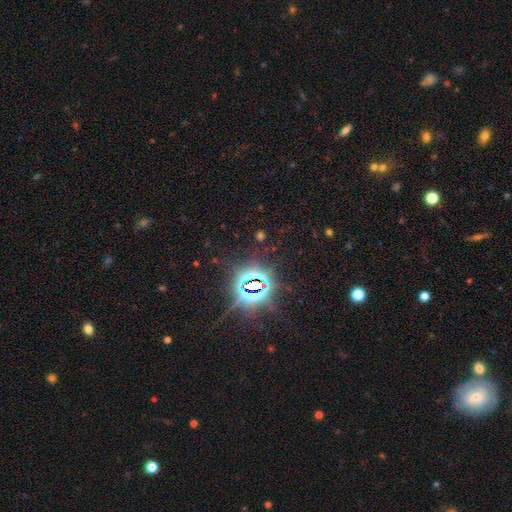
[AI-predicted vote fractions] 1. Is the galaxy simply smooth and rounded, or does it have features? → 85% star or artifact, 9% smooth, 6% featured or disk.